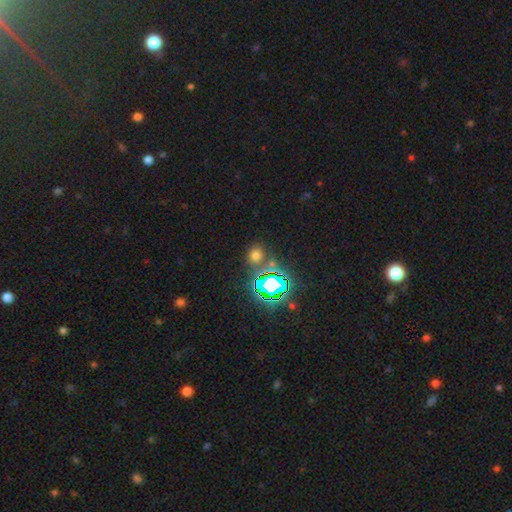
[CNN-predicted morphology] Q: Smooth or featured?
A: smooth (57%); runner-up: star or artifact (36%)
Q: How rounded?
A: round (78%); runner-up: in between (20%)
Q: Merging?
A: none (77%); runner-up: minor disturbance (10%)